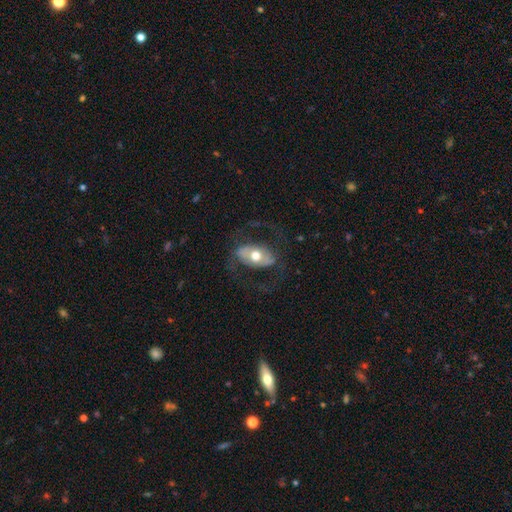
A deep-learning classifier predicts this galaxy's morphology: Q: Smooth or featured?
A: featured or disk (59%); runner-up: smooth (34%)
Q: Edge-on disk?
A: no (91%); runner-up: yes (9%)
Q: Bar?
A: no (53%); runner-up: weak (26%)
Q: Spiral arms?
A: yes (58%); runner-up: no (42%)
Q: Bulge size?
A: moderate (69%); runner-up: large (19%)
Q: Merging?
A: none (67%); runner-up: major disturbance (17%)